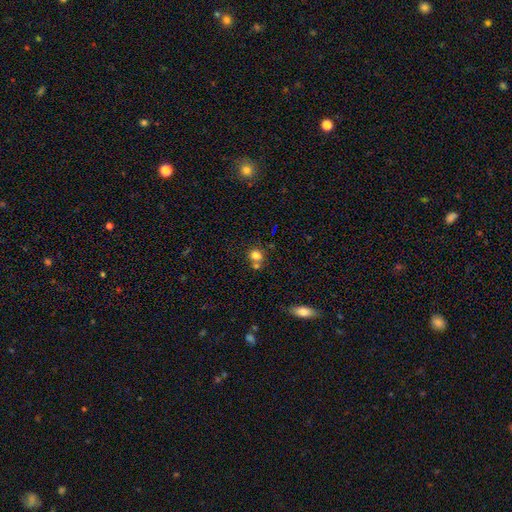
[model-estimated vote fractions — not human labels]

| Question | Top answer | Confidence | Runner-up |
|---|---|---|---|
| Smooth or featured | smooth | 79% | star or artifact (13%) |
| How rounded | round | 81% | in between (18%) |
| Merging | none | 56% | merger (30%) |